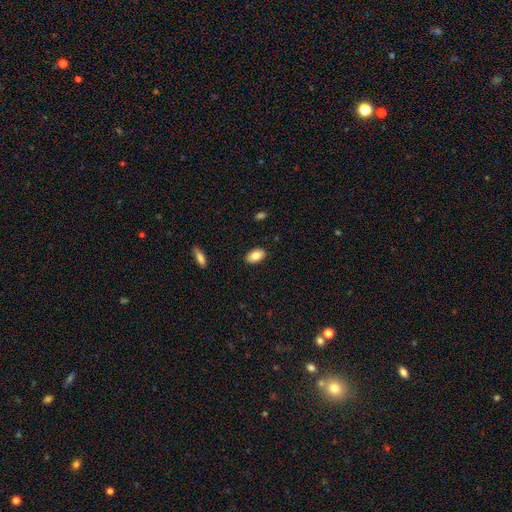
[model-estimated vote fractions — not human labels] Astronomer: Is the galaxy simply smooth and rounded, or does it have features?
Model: smooth — 83%.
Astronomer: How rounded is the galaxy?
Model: in between — 93%.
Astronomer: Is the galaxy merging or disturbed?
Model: none — 89%.